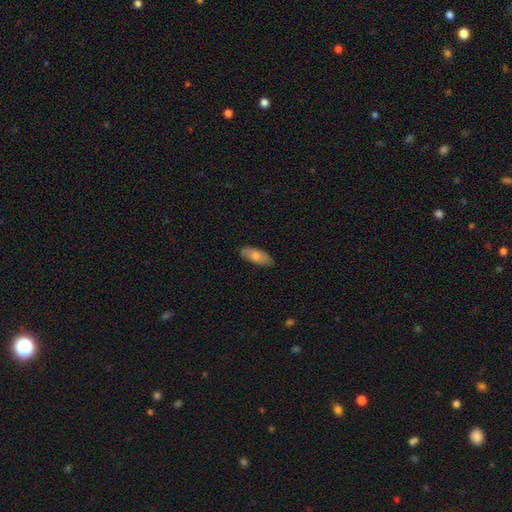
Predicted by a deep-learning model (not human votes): This is likely a smooth galaxy (67%). How rounded: likely in between (77%). Merging: clearly none (84%).